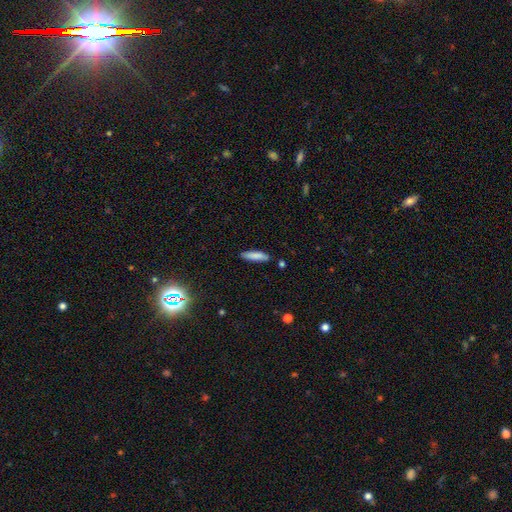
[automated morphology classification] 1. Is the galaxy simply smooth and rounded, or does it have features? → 82% smooth, 11% featured or disk, 7% star or artifact.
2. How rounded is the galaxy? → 74% cigar-shaped, 25% in between, 2% round.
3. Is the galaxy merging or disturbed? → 85% none, 10% minor disturbance, 2% merger, 2% major disturbance.